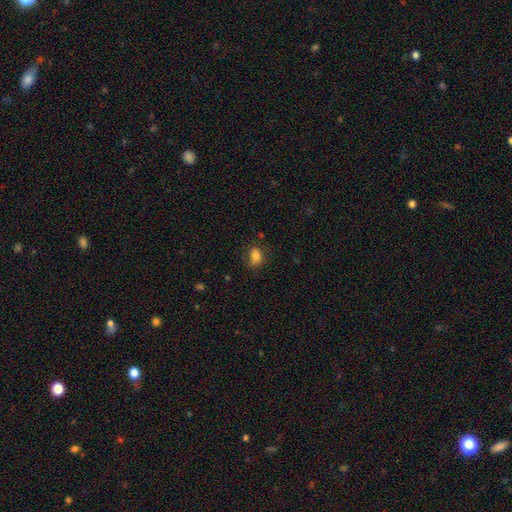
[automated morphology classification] smooth-or-featured: smooth: 82% | star or artifact: 10% | featured or disk: 7%
  how-rounded: in between: 68% | round: 30% | cigar-shaped: 2%
  merging: none: 71% | minor disturbance: 21% | major disturbance: 6% | merger: 2%